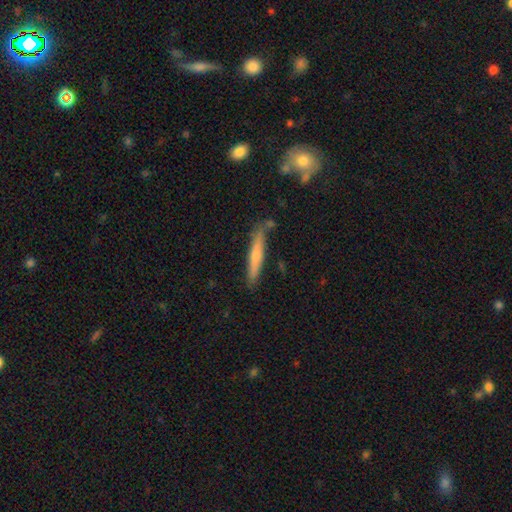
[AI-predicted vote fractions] This appears to be a smooth galaxy with no disk features (54%) that is cigar-shaped (94%). Merging: none (80%).